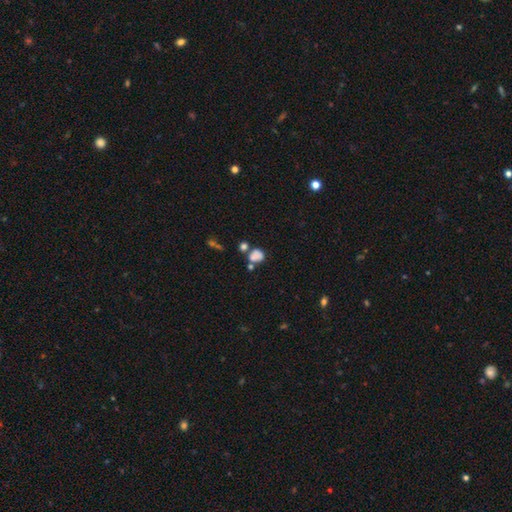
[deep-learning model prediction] The model was most divided on "merging": none: 40%, merger: 35%, minor disturbance: 16%, major disturbance: 9%. More confident: smooth or featured — smooth (75%); how rounded — round (55%).